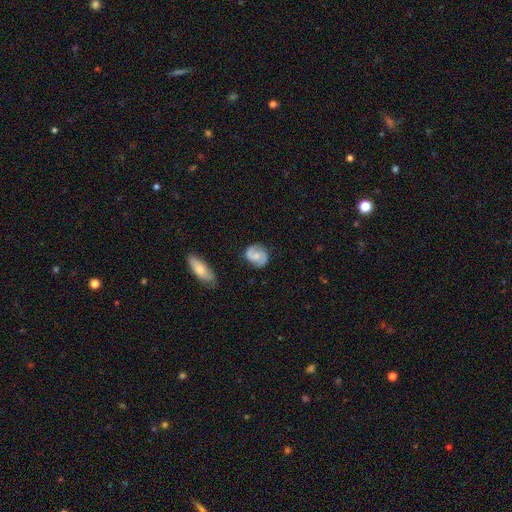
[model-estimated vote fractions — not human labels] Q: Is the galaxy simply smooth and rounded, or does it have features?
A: featured or disk — 70%.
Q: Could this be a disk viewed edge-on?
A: no — 97%.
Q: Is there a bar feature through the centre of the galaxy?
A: no — 55%.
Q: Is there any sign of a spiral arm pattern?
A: yes — 94%.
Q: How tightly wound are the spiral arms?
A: medium — 49%.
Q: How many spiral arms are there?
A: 2 — 90%.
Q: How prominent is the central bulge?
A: small — 41%.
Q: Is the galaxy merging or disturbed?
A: none — 80%.